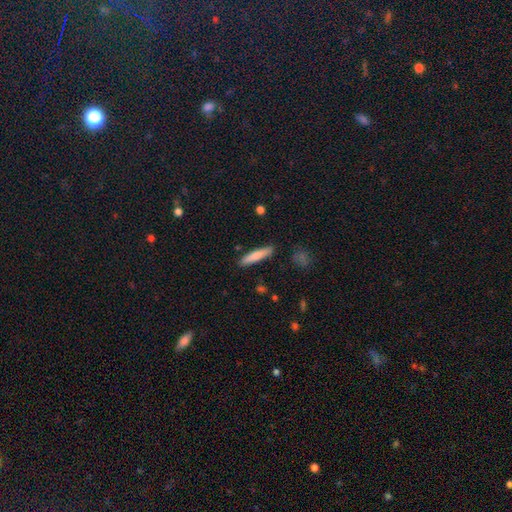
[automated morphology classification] Overall: smooth (76%). How rounded: cigar-shaped (85%). Merging: none (87%).